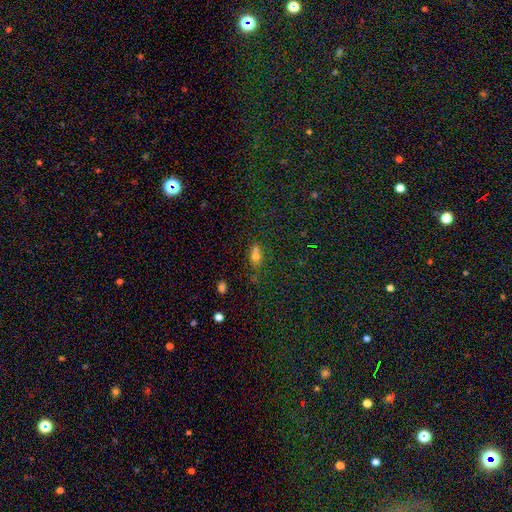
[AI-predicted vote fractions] This is likely a smooth galaxy (70%). How rounded: possibly in between (55%). Merging: marginally merger (42%).